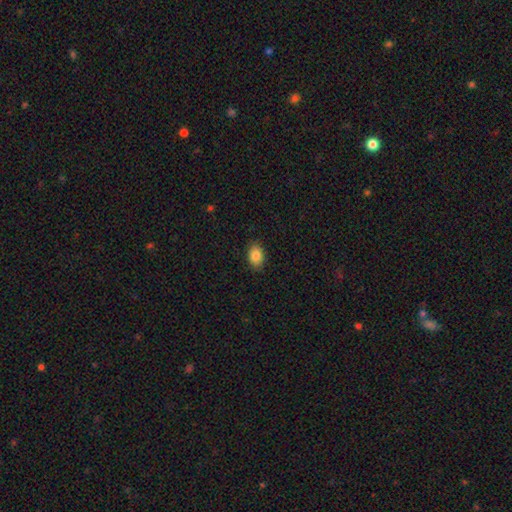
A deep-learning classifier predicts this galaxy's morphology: Smooth or featured: smooth — 85% (star or artifact — 8%)
How rounded: in between — 83% (round — 16%)
Merging: none — 88% (minor disturbance — 9%)